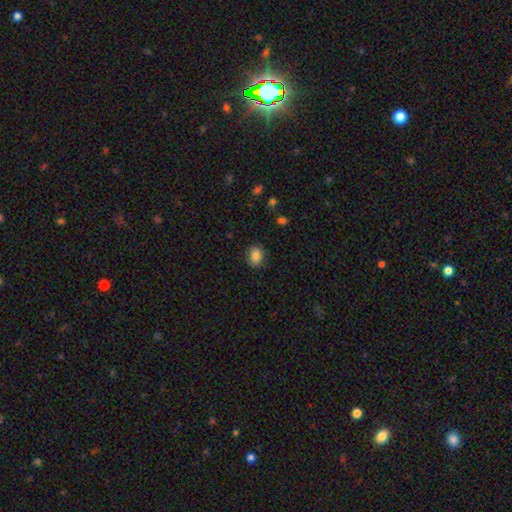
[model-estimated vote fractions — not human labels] Morphology: type=smooth (85%); roundness=in between (59%); merging=none (87%).